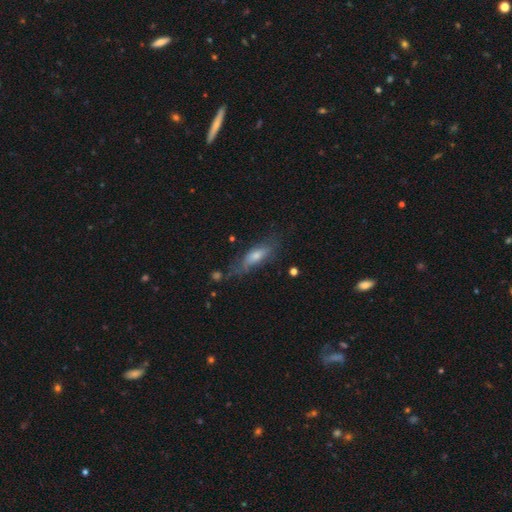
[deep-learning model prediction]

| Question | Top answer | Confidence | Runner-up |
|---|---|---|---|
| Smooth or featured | smooth | 50% | featured or disk (39%) |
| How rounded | in between | 49% | cigar-shaped (48%) |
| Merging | none | 58% | minor disturbance (25%) |